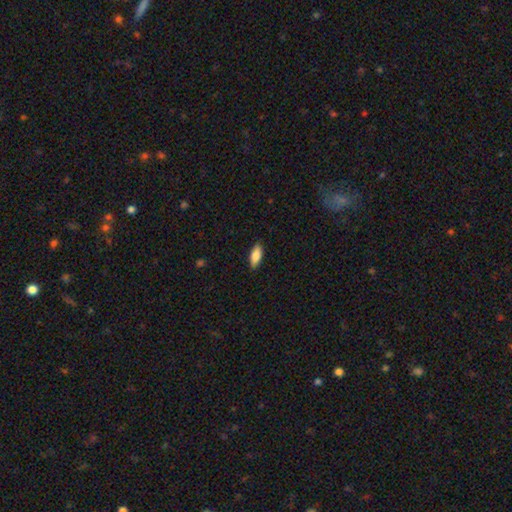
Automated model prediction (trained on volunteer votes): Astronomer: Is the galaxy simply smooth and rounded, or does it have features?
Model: smooth — 85%.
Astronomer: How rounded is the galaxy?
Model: in between — 81%.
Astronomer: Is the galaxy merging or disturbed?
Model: none — 88%.